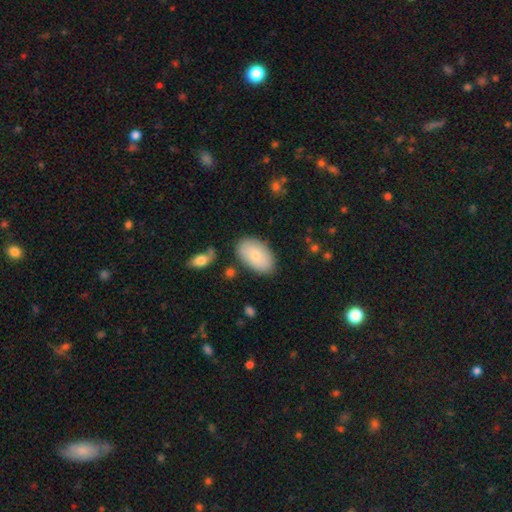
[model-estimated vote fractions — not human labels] Smooth or featured? smooth (76%)
How rounded? in between (93%)
Merging? none (80%)